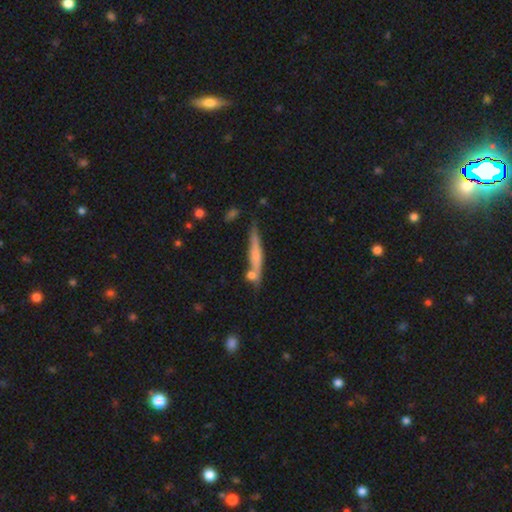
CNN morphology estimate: Smooth or featured? Predicted: smooth (p=0.50). Merging? Predicted: none (p=0.70).